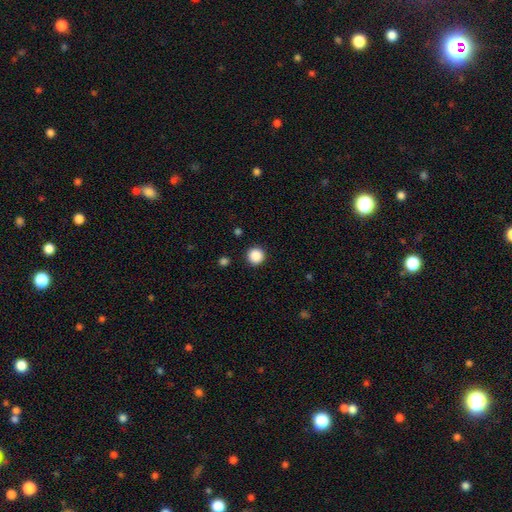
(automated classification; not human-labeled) A smooth galaxy with no disk features (88%) that is round (96%).

Vote fractions:
- Smooth or featured? smooth: 88% / star or artifact: 10% / featured or disk: 2%
- How rounded? round: 96% / in between: 3% / cigar-shaped: 1%
- Merging? none: 92% / minor disturbance: 5% / major disturbance: 2% / merger: 1%